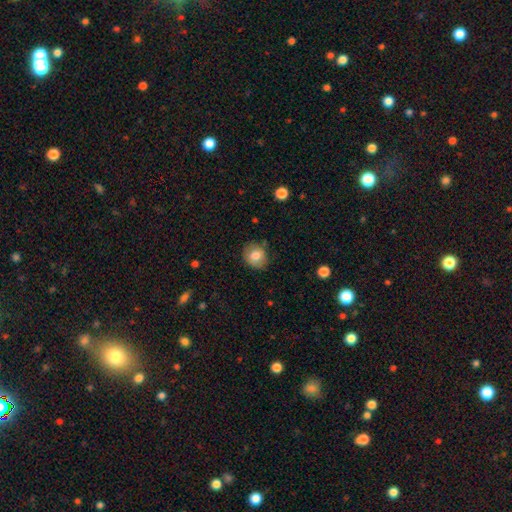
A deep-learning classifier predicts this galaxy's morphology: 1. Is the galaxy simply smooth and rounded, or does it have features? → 78% smooth, 13% featured or disk, 9% star or artifact.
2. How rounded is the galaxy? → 76% round, 23% in between, 1% cigar-shaped.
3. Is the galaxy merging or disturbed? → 81% none, 14% minor disturbance, 3% major disturbance, 2% merger.